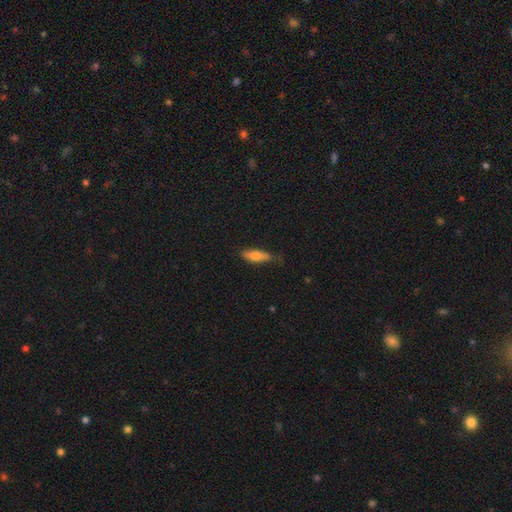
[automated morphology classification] smooth-or-featured: smooth: 73% | featured or disk: 21% | star or artifact: 6%
  how-rounded: cigar-shaped: 52% | in between: 46% | round: 2%
  merging: none: 69% | minor disturbance: 25% | major disturbance: 4% | merger: 2%